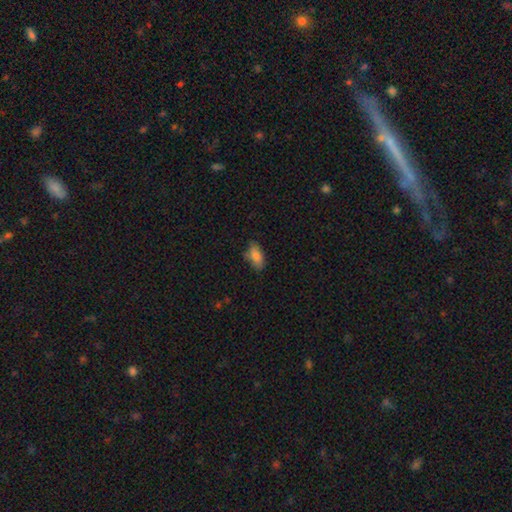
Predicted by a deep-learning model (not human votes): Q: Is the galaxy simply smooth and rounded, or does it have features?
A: smooth — 82%.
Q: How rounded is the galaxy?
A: in between — 86%.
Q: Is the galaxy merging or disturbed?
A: none — 72%.